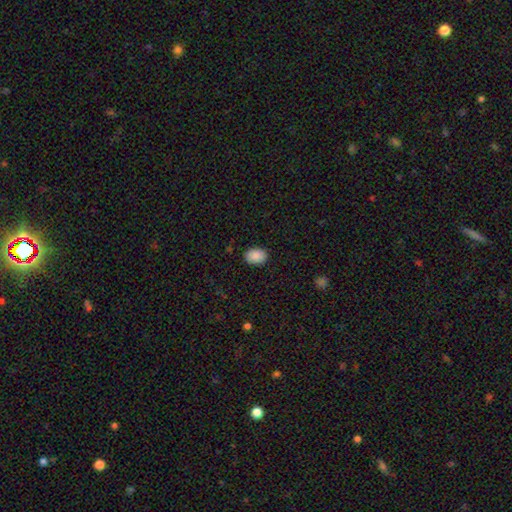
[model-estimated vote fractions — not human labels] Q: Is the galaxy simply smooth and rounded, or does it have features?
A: smooth — 90%.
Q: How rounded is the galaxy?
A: in between — 79%.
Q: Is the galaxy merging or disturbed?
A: none — 88%.